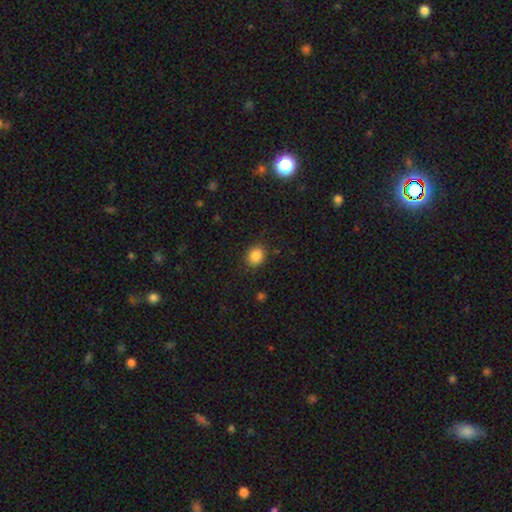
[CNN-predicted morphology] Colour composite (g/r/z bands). It shows a smooth galaxy with no disk features (86%) that is round (72%). Merging: none (87%).